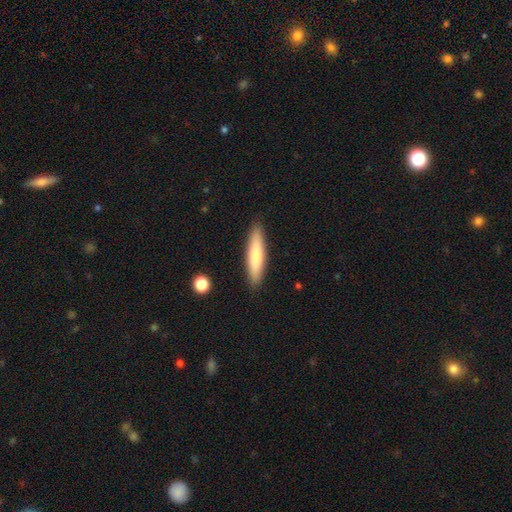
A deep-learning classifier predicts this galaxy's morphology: A smooth galaxy with no disk features (78%) that is cigar-shaped (85%). Merging: none (90%).